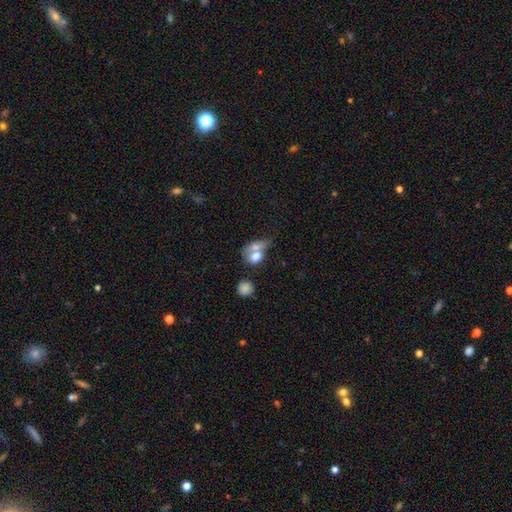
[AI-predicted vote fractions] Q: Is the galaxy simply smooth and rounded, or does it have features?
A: smooth — 70%.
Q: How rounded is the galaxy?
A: in between — 61%.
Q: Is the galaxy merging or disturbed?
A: merger — 56%.